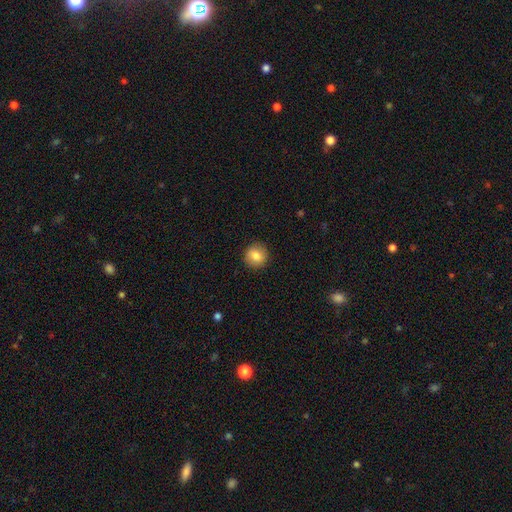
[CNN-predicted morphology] smooth-or-featured: smooth: 83% | featured or disk: 8% | star or artifact: 8%
  how-rounded: round: 91% | in between: 8% | cigar-shaped: 1%
  merging: none: 91% | minor disturbance: 6% | major disturbance: 2% | merger: 1%